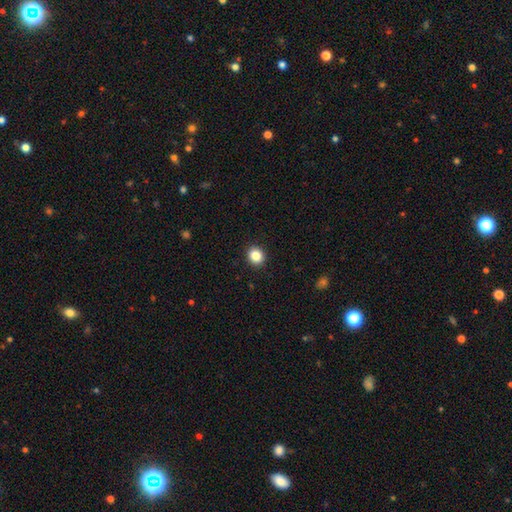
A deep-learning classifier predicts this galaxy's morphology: A smooth galaxy with no disk features (85%) that is round (75%).

Vote fractions:
- Smooth or featured? smooth: 85% / star or artifact: 10% / featured or disk: 4%
- How rounded? round: 75% / in between: 25% / cigar-shaped: 1%
- Merging? none: 92% / minor disturbance: 6% / major disturbance: 2% / merger: 1%